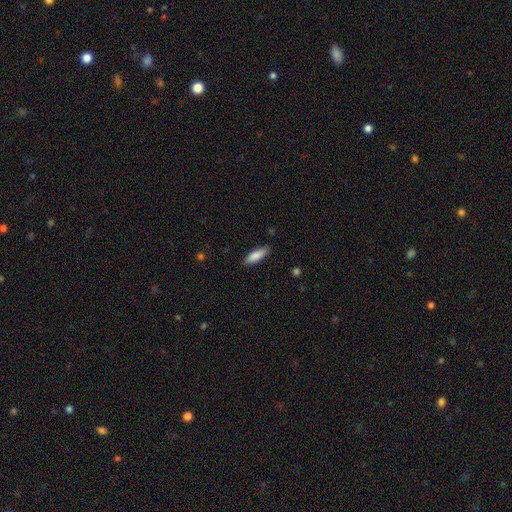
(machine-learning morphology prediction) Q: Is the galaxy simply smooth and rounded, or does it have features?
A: smooth — 86%.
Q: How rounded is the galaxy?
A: in between — 49%, tied with cigar-shaped.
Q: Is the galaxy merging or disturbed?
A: none — 86%.